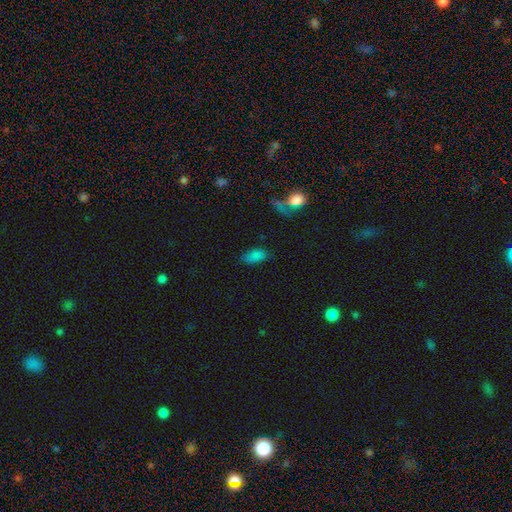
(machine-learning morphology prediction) A smooth galaxy with no disk features (79%) that is in between round and cigar-shaped (91%).

Vote fractions:
- Smooth or featured? smooth: 79% / star or artifact: 15% / featured or disk: 6%
- How rounded? in between: 91% / cigar-shaped: 5% / round: 4%
- Merging? none: 71% / minor disturbance: 20% / major disturbance: 6% / merger: 3%